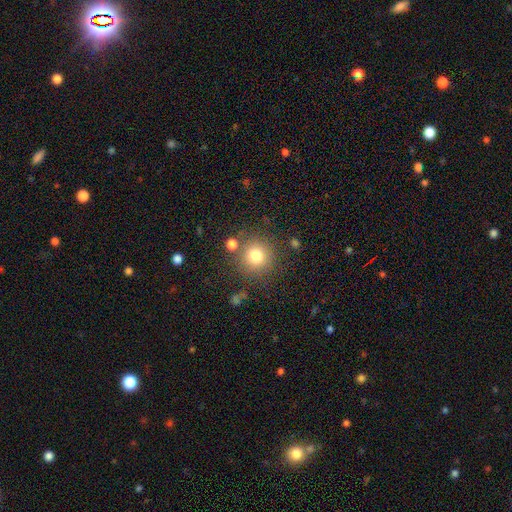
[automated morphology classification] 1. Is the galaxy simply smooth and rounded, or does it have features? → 78% smooth, 13% star or artifact, 9% featured or disk.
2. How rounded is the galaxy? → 93% round, 6% in between, 1% cigar-shaped.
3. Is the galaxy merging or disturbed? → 80% none, 9% minor disturbance, 6% merger, 4% major disturbance.